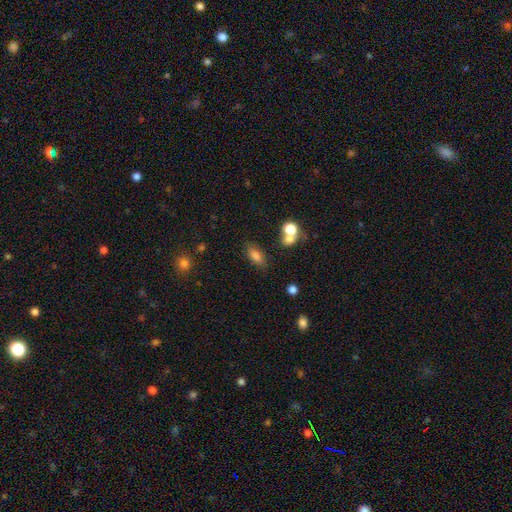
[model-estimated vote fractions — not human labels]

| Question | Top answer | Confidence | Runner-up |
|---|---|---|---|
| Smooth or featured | smooth | 79% | star or artifact (11%) |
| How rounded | in between | 82% | cigar-shaped (11%) |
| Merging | none | 73% | minor disturbance (14%) |